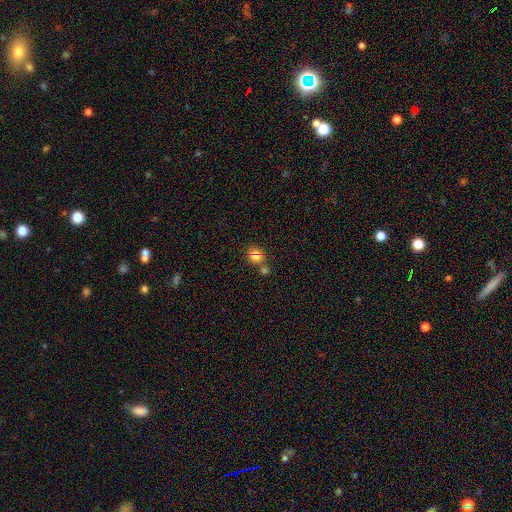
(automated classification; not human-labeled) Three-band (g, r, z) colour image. It shows a smooth galaxy with no disk features (68%) that is round (75%). Merging: none (58%).